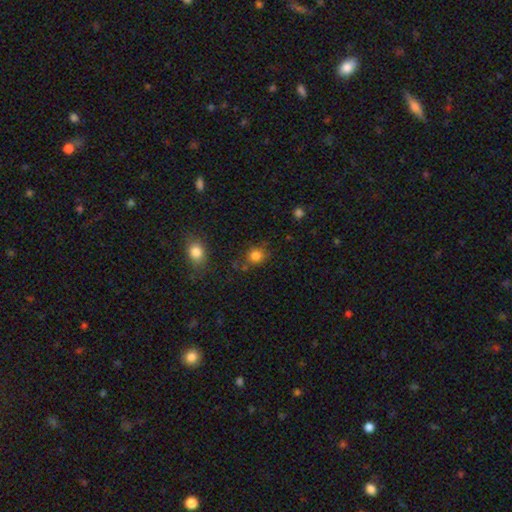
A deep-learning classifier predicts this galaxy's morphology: smooth 82%, star or artifact 12%, featured or disk 5%. Down the decision tree: how rounded — round (79%); merging — none (75%).